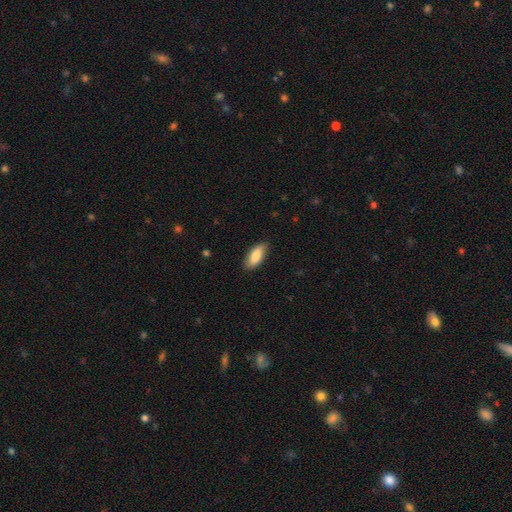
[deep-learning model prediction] Q: Smooth or featured?
A: smooth (80%); runner-up: featured or disk (14%)
Q: How rounded?
A: in between (80%); runner-up: cigar-shaped (18%)
Q: Merging?
A: none (82%); runner-up: minor disturbance (15%)